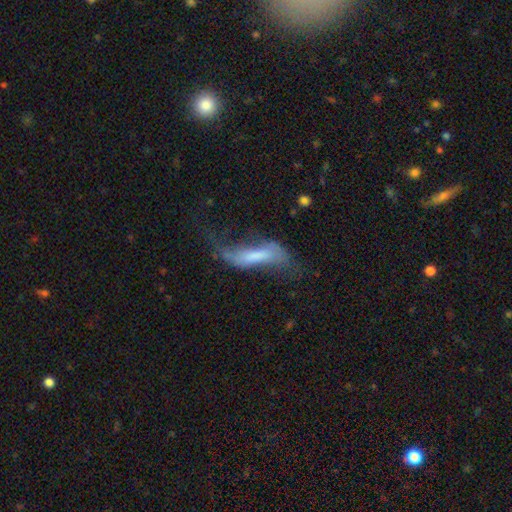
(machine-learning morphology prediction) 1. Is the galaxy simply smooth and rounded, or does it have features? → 56% featured or disk, 35% smooth, 9% star or artifact.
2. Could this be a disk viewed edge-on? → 79% no, 21% yes.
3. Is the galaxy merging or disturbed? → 37% major disturbance, 34% none, 23% minor disturbance, 7% merger.